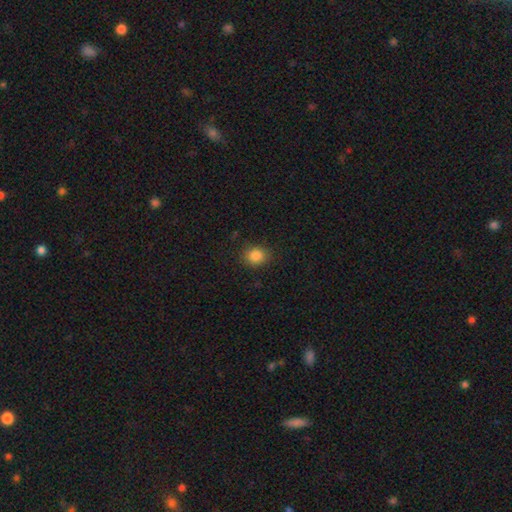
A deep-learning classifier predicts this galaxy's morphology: Smooth or featured: smooth — 85% (star or artifact — 11%)
How rounded: round — 67% (in between — 32%)
Merging: none — 87% (minor disturbance — 10%)